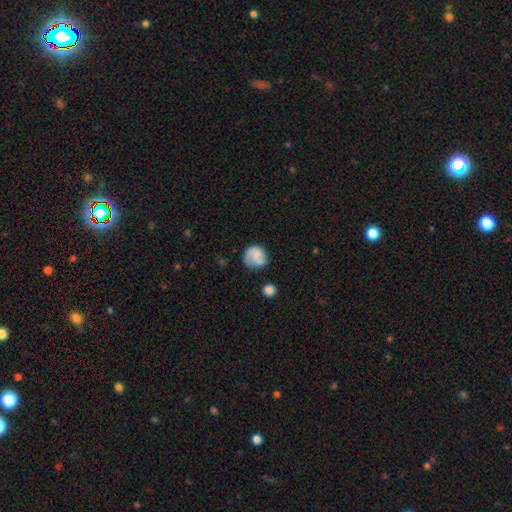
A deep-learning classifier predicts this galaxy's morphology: A smooth galaxy with no disk features (58%) that is round (81%).

Vote fractions:
- Smooth or featured? smooth: 58% / featured or disk: 34% / star or artifact: 8%
- How rounded? round: 81% / in between: 18% / cigar-shaped: 1%
- Merging? none: 57% / minor disturbance: 25% / major disturbance: 12% / merger: 6%